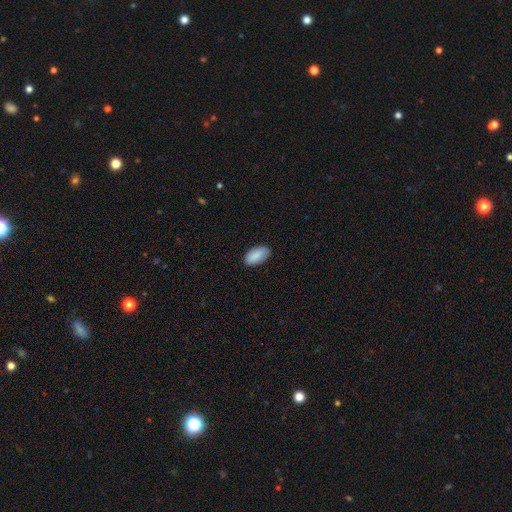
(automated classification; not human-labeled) smooth_or_featured: smooth (p=0.89) [alt: star or artifact p=0.06]
how_rounded: in between (p=0.95) [alt: round p=0.03]
merging: none (p=0.86) [alt: minor disturbance p=0.11]